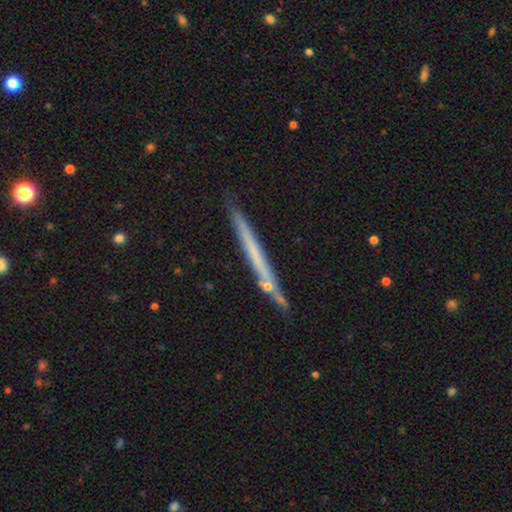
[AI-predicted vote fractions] smooth_or_featured: featured or disk (p=0.49) [alt: smooth p=0.44]
merging: none (p=0.85) [alt: minor disturbance p=0.10]